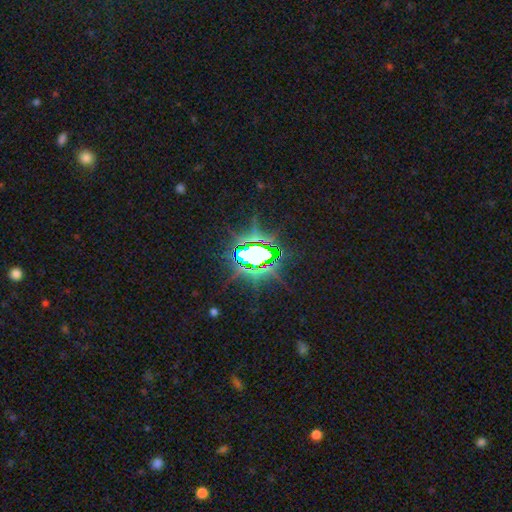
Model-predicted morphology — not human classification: Smooth or featured? Predicted: star or artifact (p=0.79).